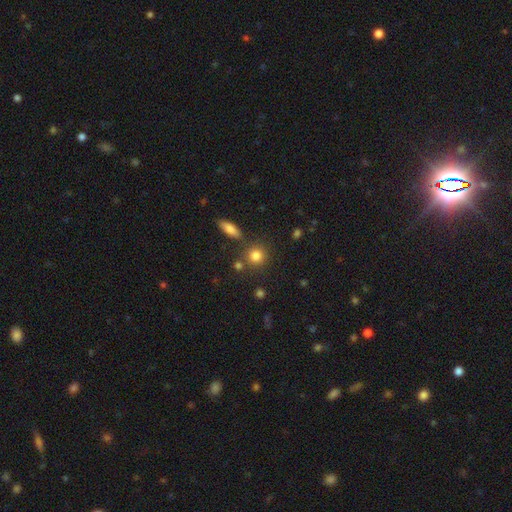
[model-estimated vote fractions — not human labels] A smooth galaxy with no disk features (82%) that is round (86%).

Vote fractions:
- Smooth or featured? smooth: 82% / star or artifact: 11% / featured or disk: 7%
- How rounded? round: 86% / in between: 12% / cigar-shaped: 2%
- Merging? none: 76% / merger: 10% / minor disturbance: 10% / major disturbance: 4%